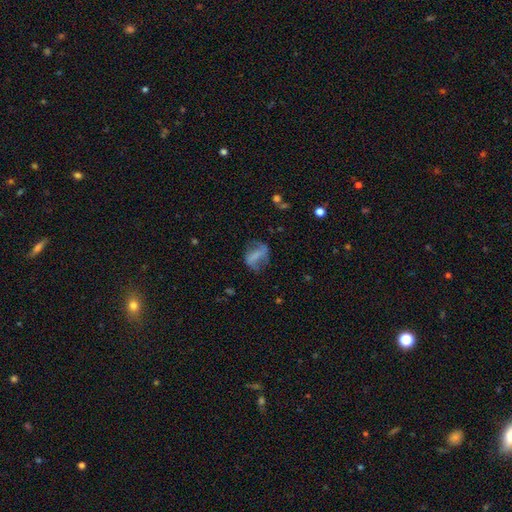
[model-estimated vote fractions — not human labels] Overall: featured or disk (49%; smooth 40%). Merging: none (49%; minor disturbance 24%).